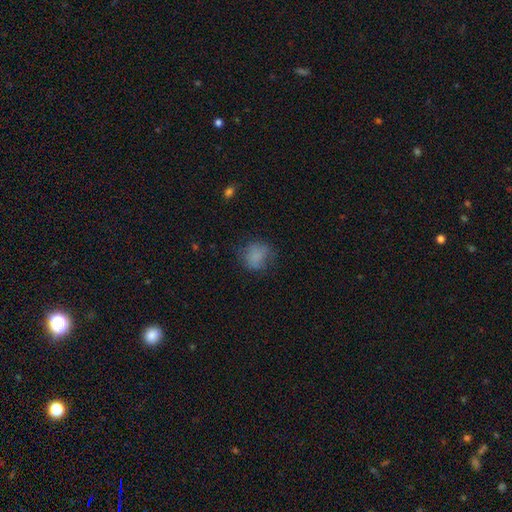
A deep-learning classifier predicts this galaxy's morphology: This appears to be a smooth galaxy with no disk features (77%) that is round (66%). Merging: none (61%).